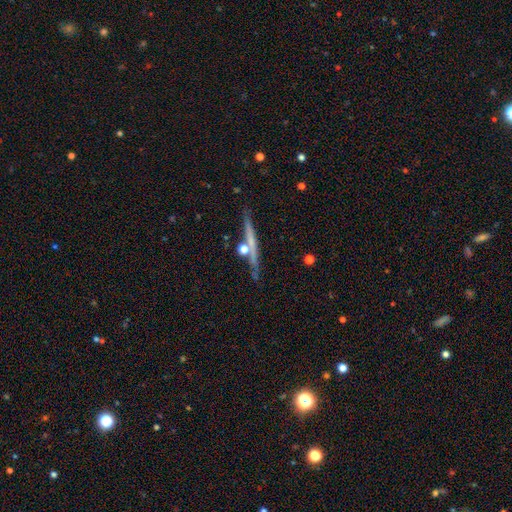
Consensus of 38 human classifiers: A featured or disk galaxy (55%) viewed edge-on (90%) with no central bulge (63%). Merging: none (51%).